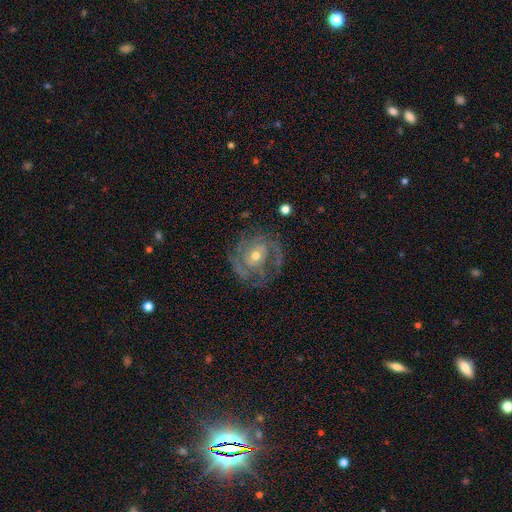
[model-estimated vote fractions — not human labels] The model was most divided on "spiral arm count": 2: 32%, 3: 27%, can't tell: 22%, 4: 8%, 1: 6%, more than 4: 5%. More confident: edge-on disk — no (97%); spiral arms — yes (94%); smooth or featured — featured or disk (86%); merging — none (72%); bar — no (66%); bulge size — moderate (58%); spiral winding — tight (55%).